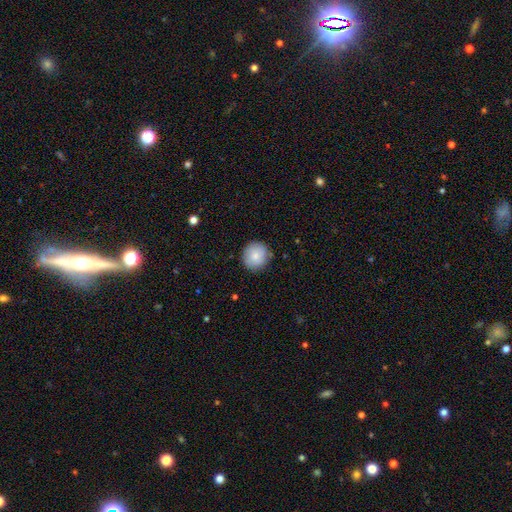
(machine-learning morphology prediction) smooth 80%, featured or disk 13%, star or artifact 7%. Down the decision tree: how rounded — round (92%); merging — none (87%).